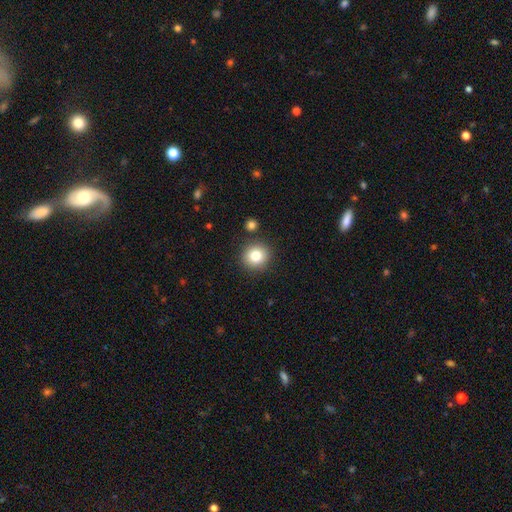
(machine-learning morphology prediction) Smooth or featured? Predicted: smooth (p=0.81). How rounded? Predicted: round (p=0.91). Merging? Predicted: none (p=0.87).